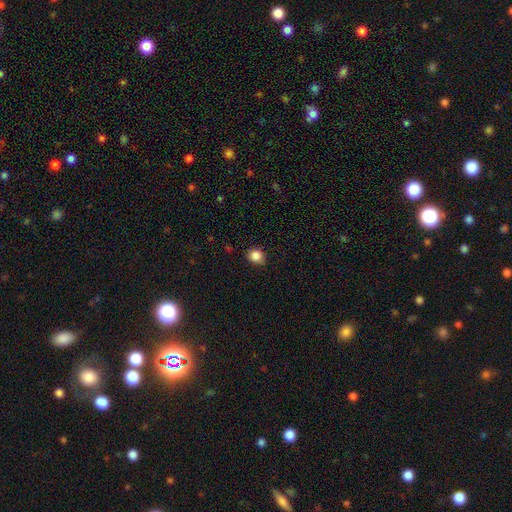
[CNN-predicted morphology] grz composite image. It shows a smooth galaxy with no disk features (85%) that is round (77%). Merging: none (79%).